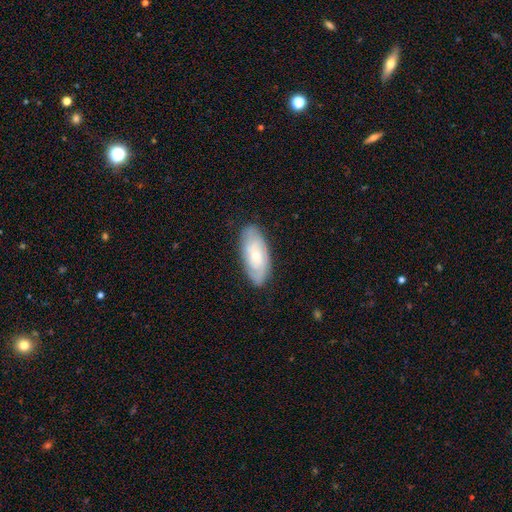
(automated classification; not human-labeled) Smooth or featured? Predicted: featured or disk (p=0.54). Edge-on disk? Predicted: no (p=0.89). Merging? Predicted: none (p=0.80).